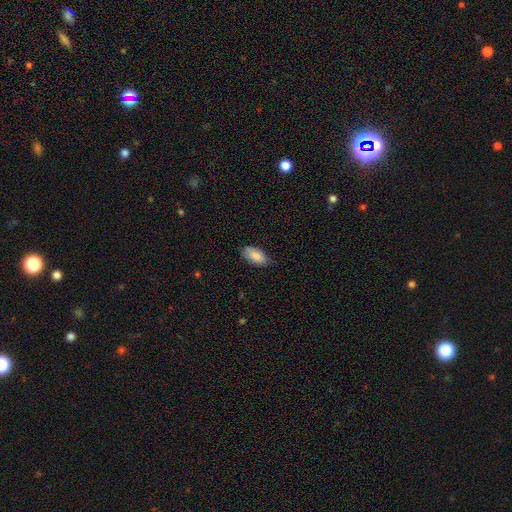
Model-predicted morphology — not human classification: Smooth or featured?
  - smooth: 85% *
  - featured or disk: 9%
  - star or artifact: 6%
How rounded?
  - in between: 93% *
  - cigar-shaped: 5%
  - round: 2%
Merging?
  - none: 79% *
  - minor disturbance: 17%
  - major disturbance: 3%
  - merger: 1%